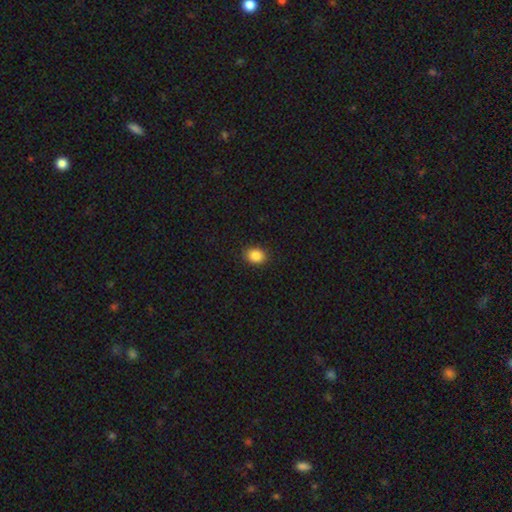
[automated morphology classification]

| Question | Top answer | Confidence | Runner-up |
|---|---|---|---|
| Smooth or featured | smooth | 87% | star or artifact (9%) |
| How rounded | in between | 54% | round (45%) |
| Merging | none | 90% | minor disturbance (7%) |